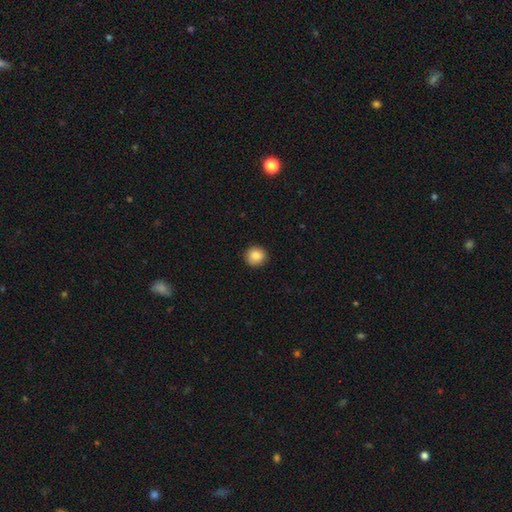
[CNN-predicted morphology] Smooth or featured?
  - smooth: 87% *
  - star or artifact: 9%
  - featured or disk: 4%
How rounded?
  - round: 93% *
  - in between: 6%
  - cigar-shaped: 1%
Merging?
  - none: 92% *
  - minor disturbance: 5%
  - major disturbance: 2%
  - merger: 1%